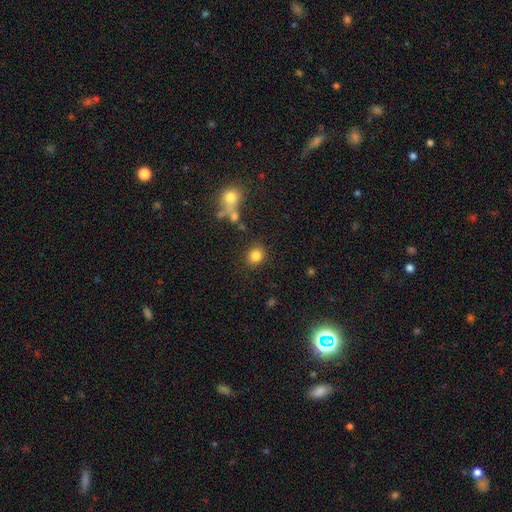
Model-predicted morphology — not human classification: A smooth galaxy with no disk features (83%) that is round (80%).

Vote fractions:
- Smooth or featured? smooth: 83% / star or artifact: 11% / featured or disk: 6%
- How rounded? round: 80% / in between: 19% / cigar-shaped: 1%
- Merging? none: 85% / minor disturbance: 8% / merger: 4% / major disturbance: 3%